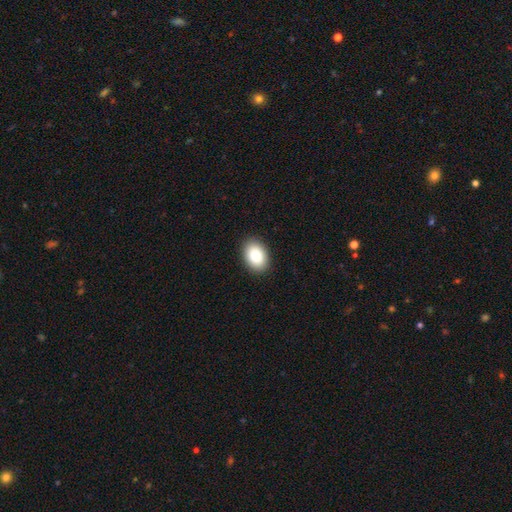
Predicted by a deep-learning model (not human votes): smooth 87%, star or artifact 7%, featured or disk 6%. Down the decision tree: how rounded — in between (84%); merging — none (90%).